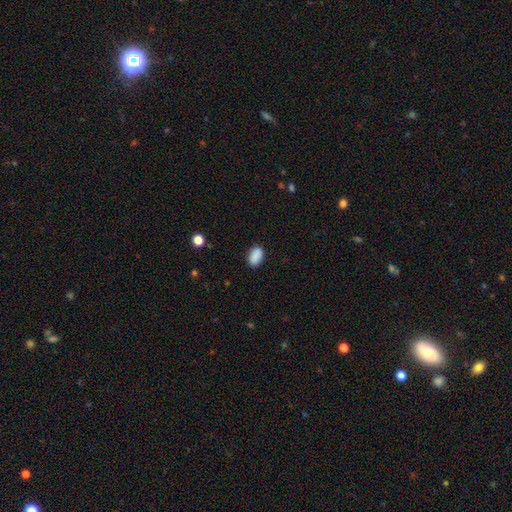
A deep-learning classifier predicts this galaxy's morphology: smooth 89%, star or artifact 8%, featured or disk 3%. Down the decision tree: how rounded — in between (89%); merging — none (86%).